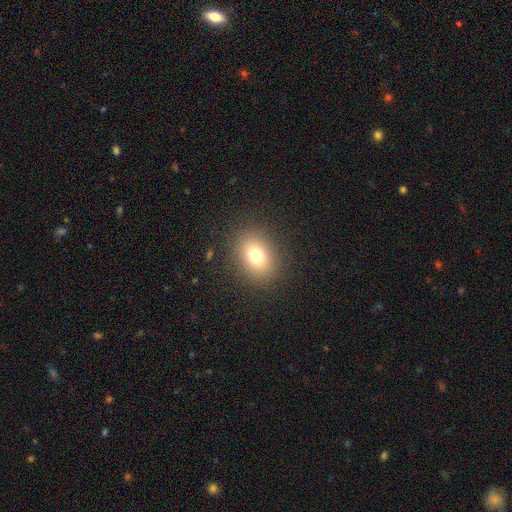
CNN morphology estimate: This is likely a smooth galaxy (77%). How rounded: possibly in between (59%). Merging: clearly none (87%).